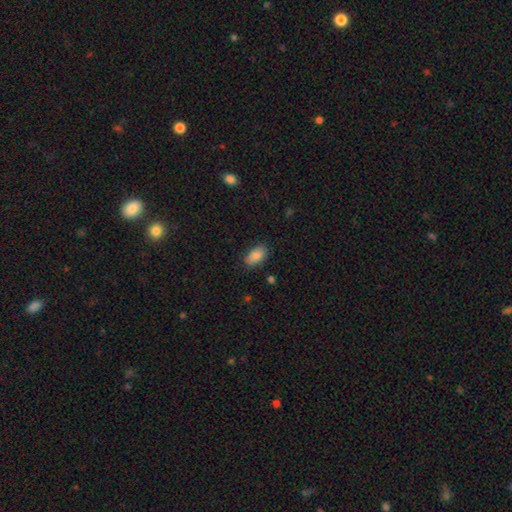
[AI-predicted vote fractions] This appears to be a smooth galaxy with no disk features (86%) that is in between round and cigar-shaped (92%). Merging: none (81%).